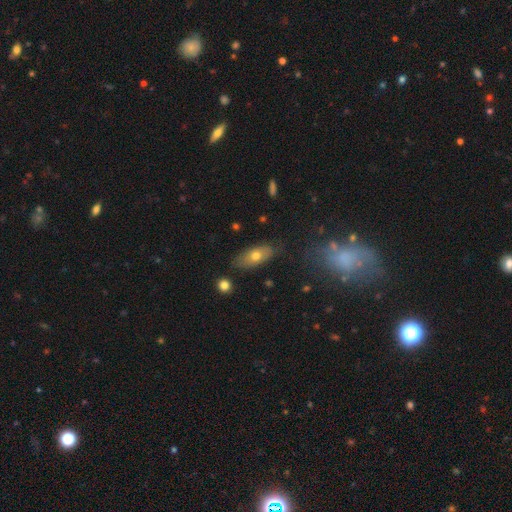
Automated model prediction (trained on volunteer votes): smooth_or_featured: smooth (p=0.64) [alt: featured or disk p=0.28]
how_rounded: in between (p=0.82) [alt: cigar-shaped p=0.13]
merging: none (p=0.78) [alt: minor disturbance p=0.16]